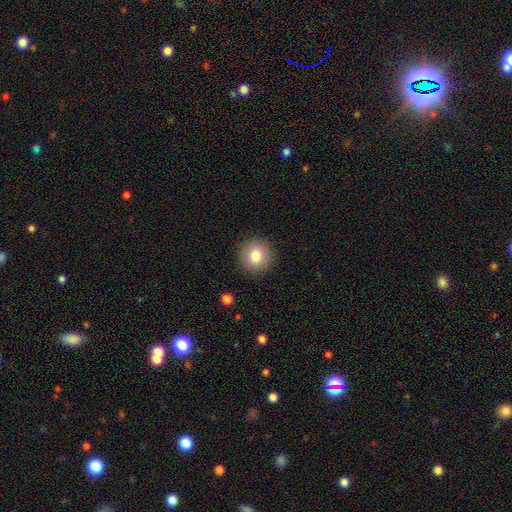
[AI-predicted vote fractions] A smooth galaxy with no disk features (80%) that is round (90%).

Vote fractions:
- Smooth or featured? smooth: 80% / featured or disk: 11% / star or artifact: 9%
- How rounded? round: 90% / in between: 9% / cigar-shaped: 1%
- Merging? none: 90% / minor disturbance: 7% / major disturbance: 2% / merger: 1%